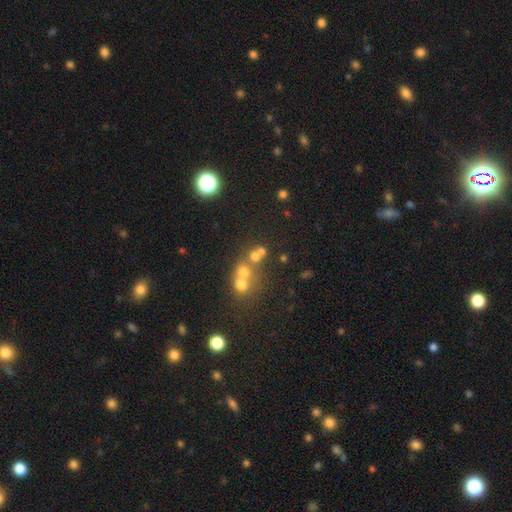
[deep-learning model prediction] A smooth galaxy with no disk features (59%) that is round (82%). Merging: merger (47%).